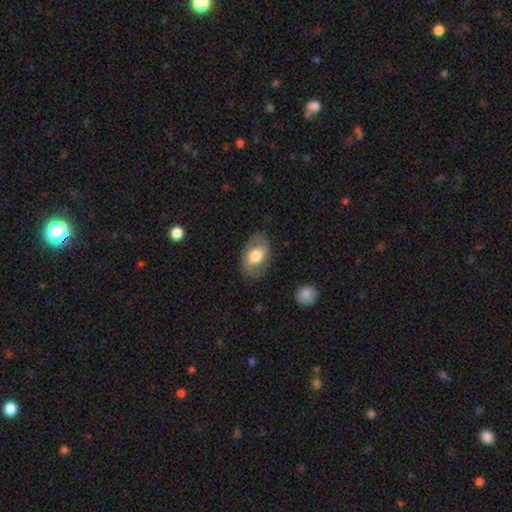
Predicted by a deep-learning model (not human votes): Morphology: type=smooth (52%); roundness=in between (87%); merging=none (78%).